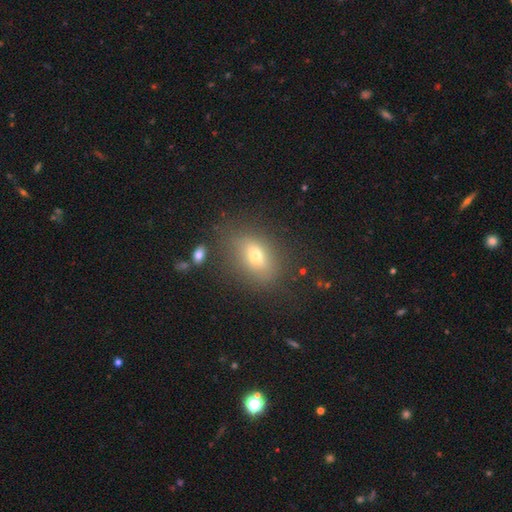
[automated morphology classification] type=smooth (62%); roundness=in between (75%); merging=none (73%).